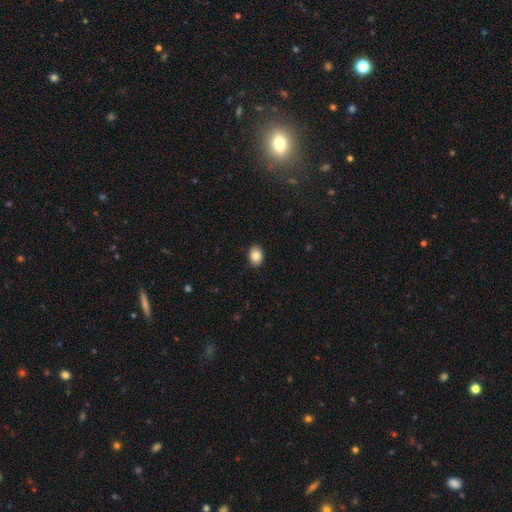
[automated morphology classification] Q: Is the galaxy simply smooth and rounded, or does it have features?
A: smooth — 85%.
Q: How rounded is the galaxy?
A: in between — 71%.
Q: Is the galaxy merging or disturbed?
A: none — 89%.